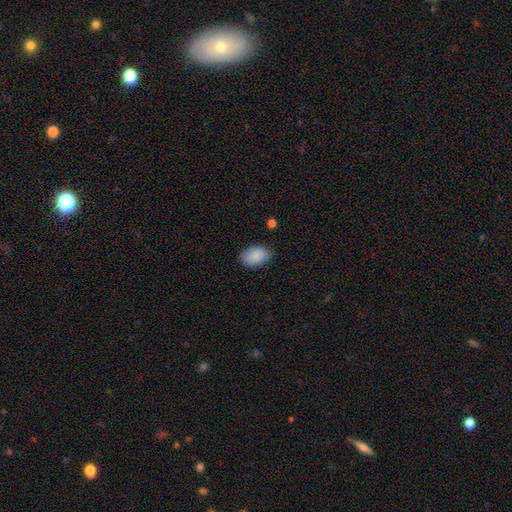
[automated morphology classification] The model was most divided on "merging": none: 83%, minor disturbance: 13%, major disturbance: 3%, merger: 1%. More confident: how rounded — in between (90%); smooth or featured — smooth (89%).